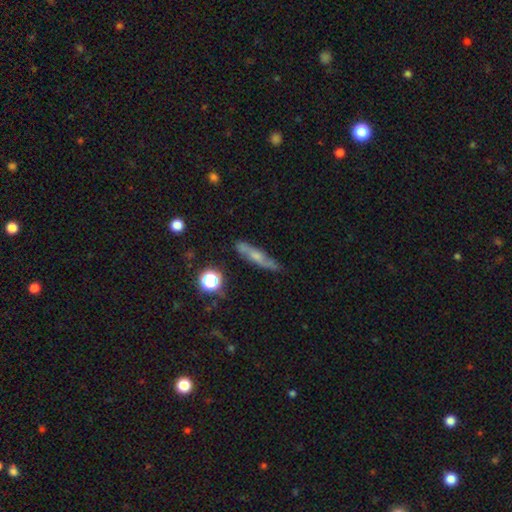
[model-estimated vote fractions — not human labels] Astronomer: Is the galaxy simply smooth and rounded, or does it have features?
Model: featured or disk — 47% (runner-up: smooth, 42%).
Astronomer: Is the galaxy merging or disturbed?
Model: none — 77%.